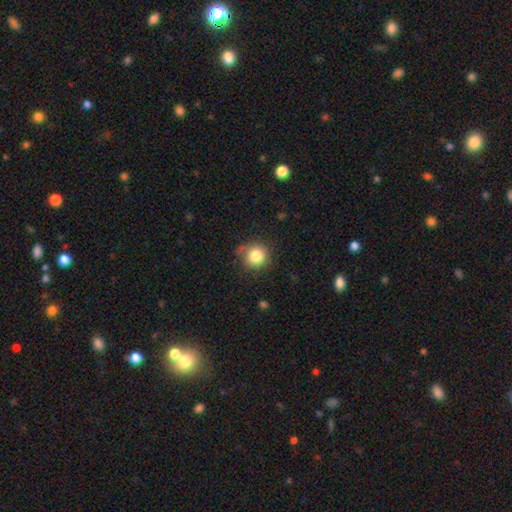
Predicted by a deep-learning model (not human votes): Q: Smooth or featured?
A: smooth (82%); runner-up: star or artifact (11%)
Q: How rounded?
A: round (92%); runner-up: in between (7%)
Q: Merging?
A: none (77%); runner-up: minor disturbance (16%)